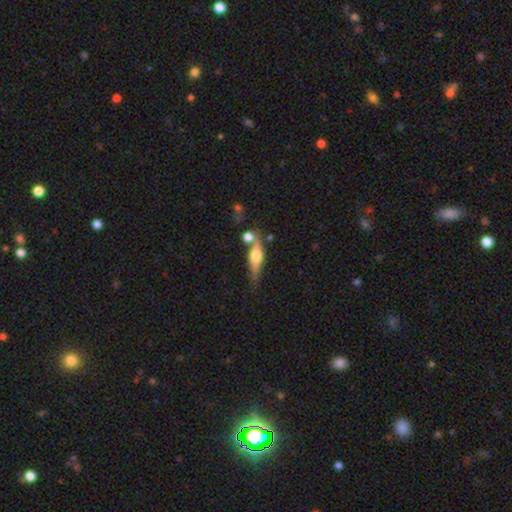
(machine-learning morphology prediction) This appears to be a featured or disk galaxy (54%) viewed edge-on (88%). Merging: none (59%).